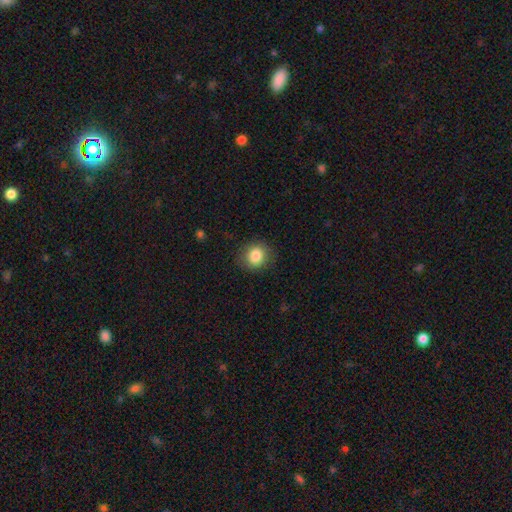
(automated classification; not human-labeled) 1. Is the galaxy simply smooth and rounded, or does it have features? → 85% smooth, 9% star or artifact, 6% featured or disk.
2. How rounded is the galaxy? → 76% round, 23% in between, 1% cigar-shaped.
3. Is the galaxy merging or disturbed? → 86% none, 10% minor disturbance, 3% major disturbance, 1% merger.